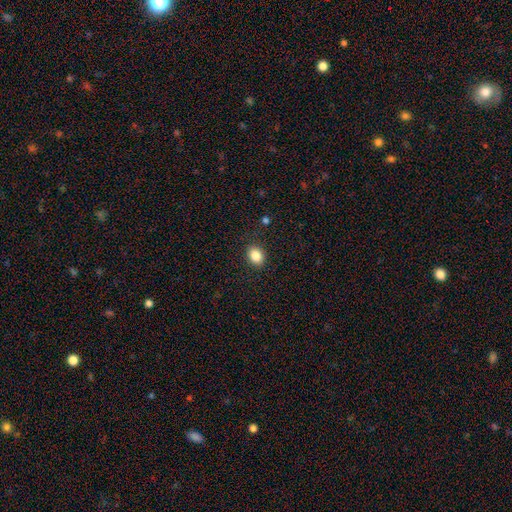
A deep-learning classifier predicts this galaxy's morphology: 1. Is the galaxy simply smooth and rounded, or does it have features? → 86% smooth, 10% star or artifact, 5% featured or disk.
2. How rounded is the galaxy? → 55% in between, 44% round, 1% cigar-shaped.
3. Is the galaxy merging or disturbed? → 89% none, 8% minor disturbance, 2% major disturbance, 1% merger.